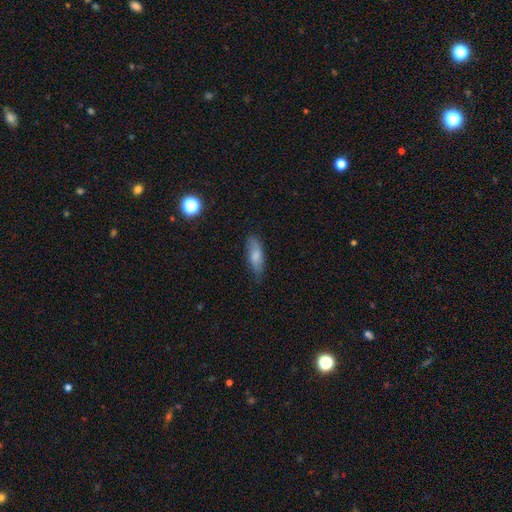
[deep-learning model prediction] Smooth or featured? smooth (76%)
How rounded? in between (69%)
Merging? none (76%)